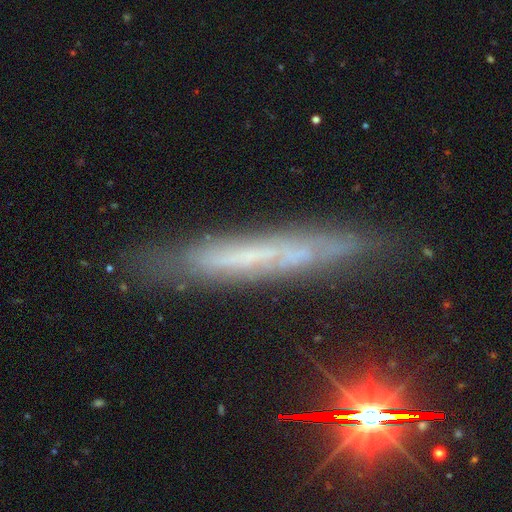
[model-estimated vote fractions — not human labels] Smooth or featured? featured or disk (60%)
Edge-on disk? yes (78%)
Merging? none (76%)